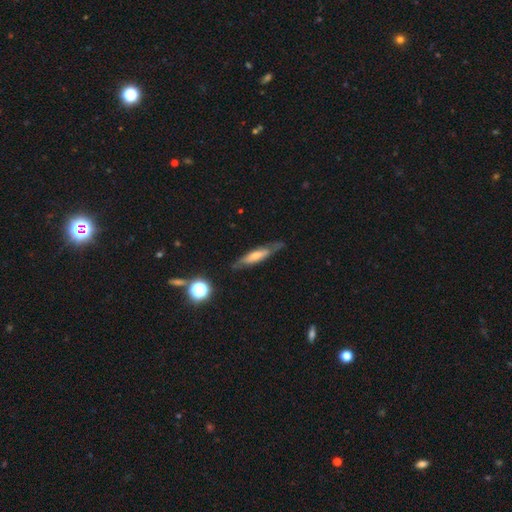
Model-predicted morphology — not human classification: Smooth or featured: featured or disk — 52% (smooth — 40%)
Edge-on disk: yes — 65% (no — 35%)
Merging: none — 70% (minor disturbance — 21%)